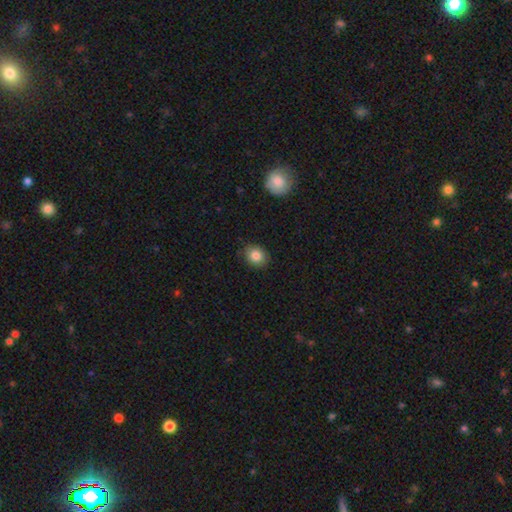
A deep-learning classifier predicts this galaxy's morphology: A smooth galaxy with no disk features (84%) that is round (66%).

Vote fractions:
- Smooth or featured? smooth: 84% / star or artifact: 9% / featured or disk: 6%
- How rounded? round: 66% / in between: 33% / cigar-shaped: 1%
- Merging? none: 84% / minor disturbance: 12% / major disturbance: 2% / merger: 1%